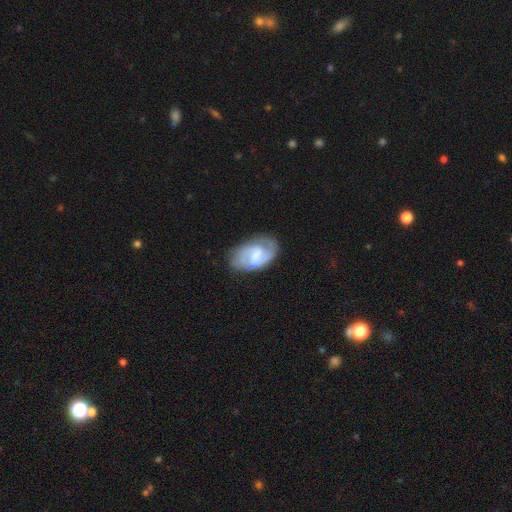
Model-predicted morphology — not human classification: Smooth or featured: featured or disk — 72% (smooth — 22%)
Edge-on disk: no — 97% (yes — 3%)
Bar: weak — 54% (no — 29%)
Spiral arms: yes — 91% (no — 9%)
Spiral winding: medium — 49% (tight — 32%)
Spiral arm count: 2 — 74% (can't tell — 12%)
Bulge size: none — 38% (small — 31%)
Merging: none — 70% (minor disturbance — 20%)